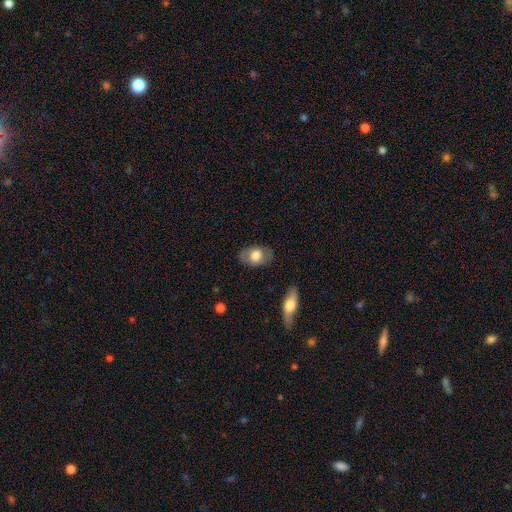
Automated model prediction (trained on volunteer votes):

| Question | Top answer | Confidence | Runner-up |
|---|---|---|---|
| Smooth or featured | smooth | 62% | featured or disk (32%) |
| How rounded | in between | 86% | round (12%) |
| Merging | none | 79% | minor disturbance (15%) |